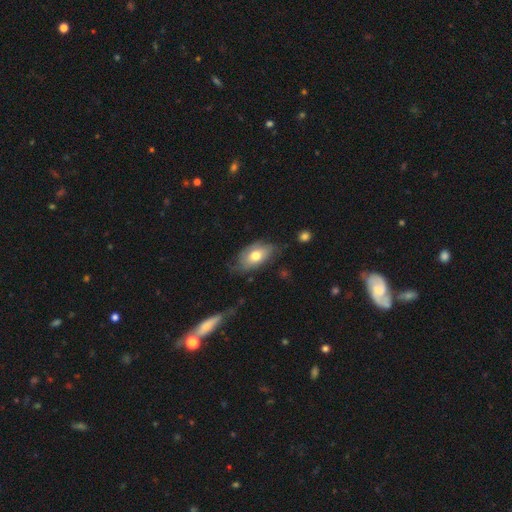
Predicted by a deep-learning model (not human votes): Smooth or featured: smooth — 67% (featured or disk — 27%)
How rounded: in between — 92% (round — 6%)
Merging: none — 58% (minor disturbance — 31%)